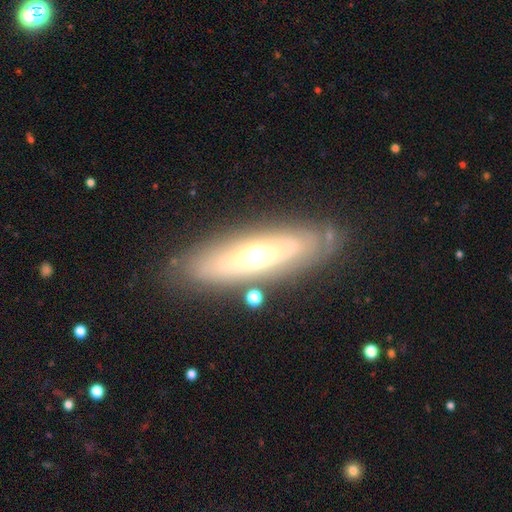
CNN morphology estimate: Smooth or featured?
  - featured or disk: 59% *
  - smooth: 34%
  - star or artifact: 7%
Edge-on disk?
  - no: 58% *
  - yes: 42%
Merging?
  - none: 79% *
  - minor disturbance: 13%
  - major disturbance: 4%
  - merger: 3%